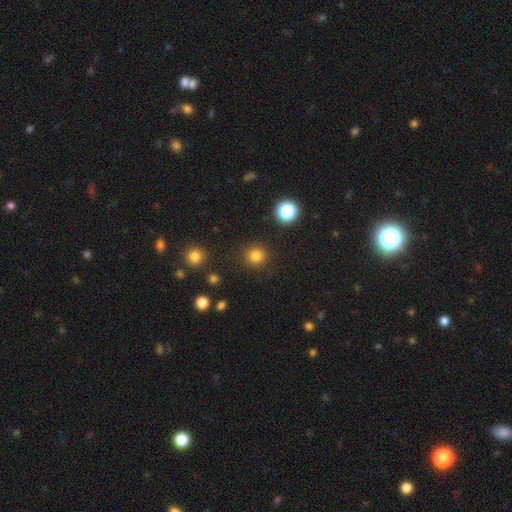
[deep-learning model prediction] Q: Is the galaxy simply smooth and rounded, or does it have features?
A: smooth — 81%.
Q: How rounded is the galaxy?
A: round — 92%.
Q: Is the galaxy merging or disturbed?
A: none — 89%.